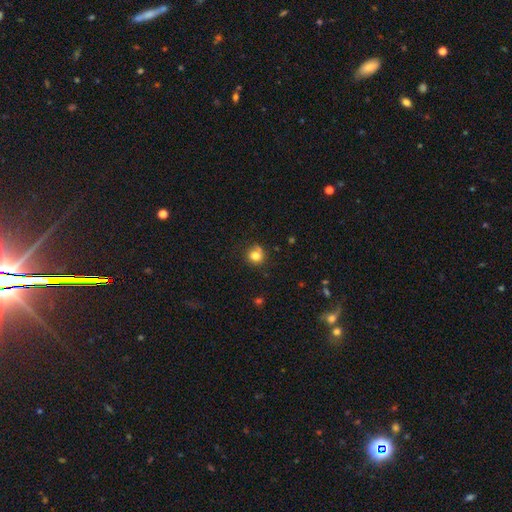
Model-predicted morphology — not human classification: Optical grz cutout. It shows a smooth galaxy with no disk features (79%) that is round (85%). Merging: none (67%).